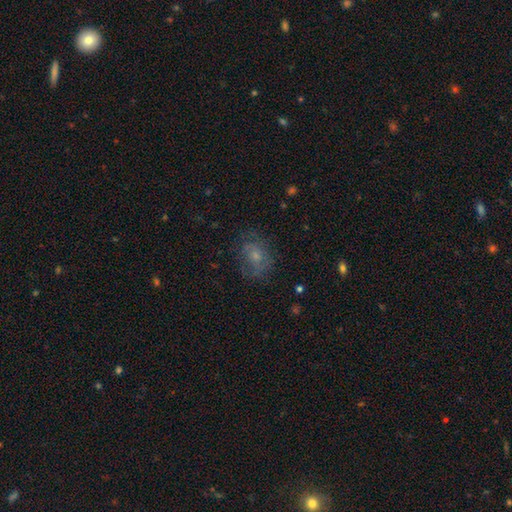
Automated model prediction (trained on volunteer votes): Smooth or featured? smooth (46%)
Merging? none (64%)